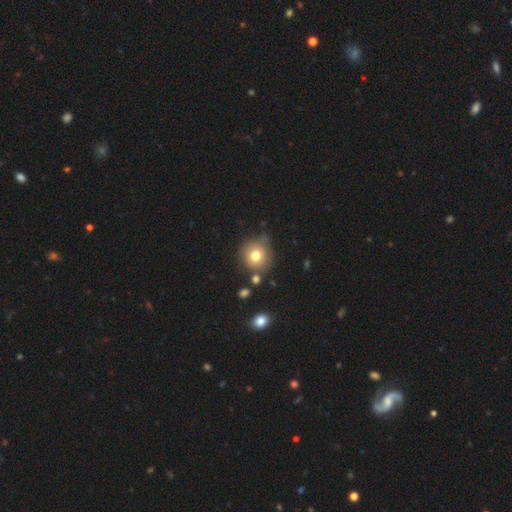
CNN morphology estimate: This is likely a smooth galaxy (76%). How rounded: clearly round (91%). Merging: likely none (73%).